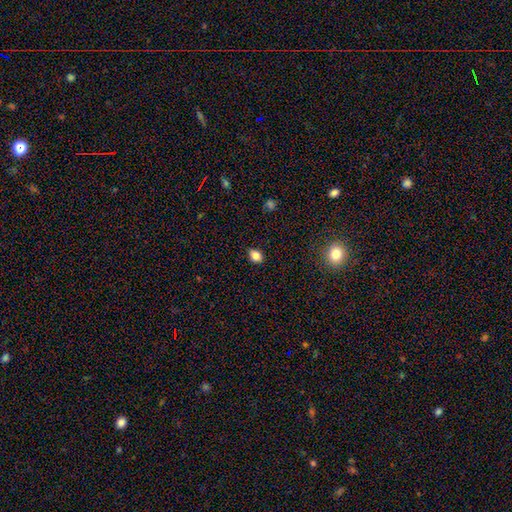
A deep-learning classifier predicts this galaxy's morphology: This is clearly a smooth galaxy (83%). How rounded: likely in between (70%). Merging: clearly none (86%).